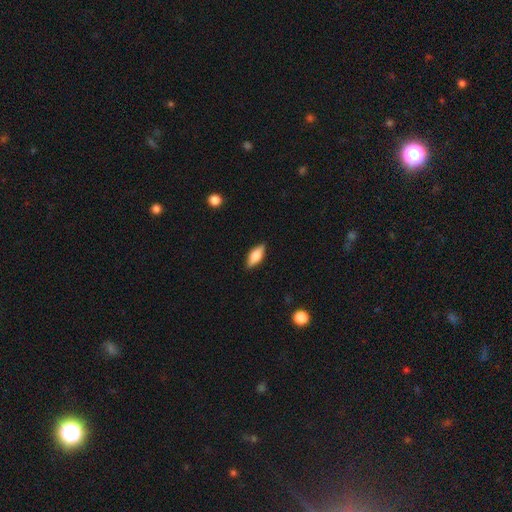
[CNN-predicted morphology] Smooth or featured? Predicted: smooth (p=0.72). How rounded? Predicted: in between (p=0.78). Merging? Predicted: none (p=0.87).